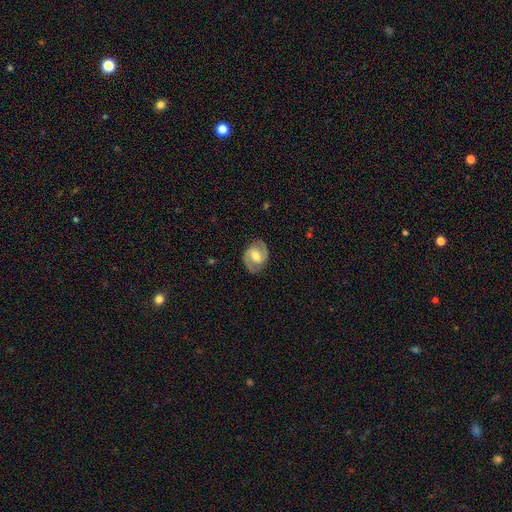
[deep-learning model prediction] Smooth or featured: featured or disk — 80% (smooth — 15%)
Edge-on disk: no — 97% (yes — 3%)
Bar: weak — 49% (no — 29%)
Spiral arms: yes — 92% (no — 8%)
Spiral winding: medium — 52% (tight — 34%)
Spiral arm count: 2 — 92% (can't tell — 4%)
Bulge size: moderate — 70% (small — 17%)
Merging: none — 85% (minor disturbance — 11%)